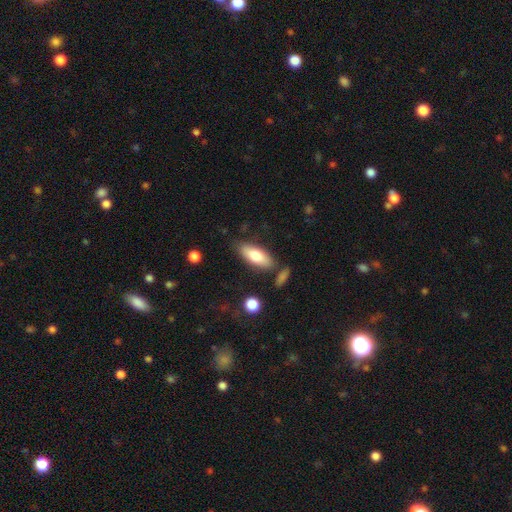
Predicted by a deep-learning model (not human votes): A smooth galaxy with no disk features (73%) that is in between round and cigar-shaped (73%).

Vote fractions:
- Smooth or featured? smooth: 73% / featured or disk: 21% / star or artifact: 6%
- How rounded? in between: 73% / cigar-shaped: 24% / round: 2%
- Merging? none: 77% / minor disturbance: 14% / merger: 6% / major disturbance: 3%